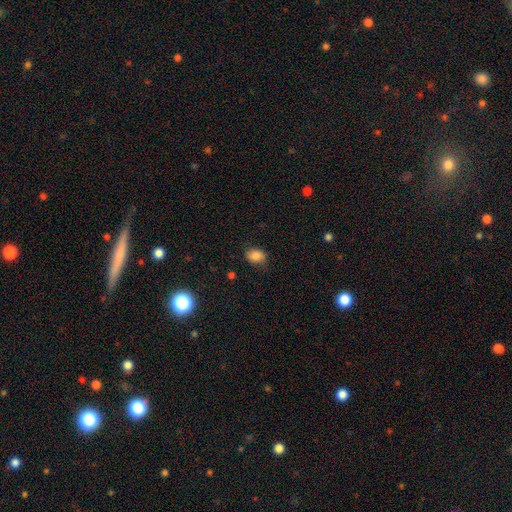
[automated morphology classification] This is clearly a smooth galaxy (83%). How rounded: likely in between (67%). Merging: likely none (70%).